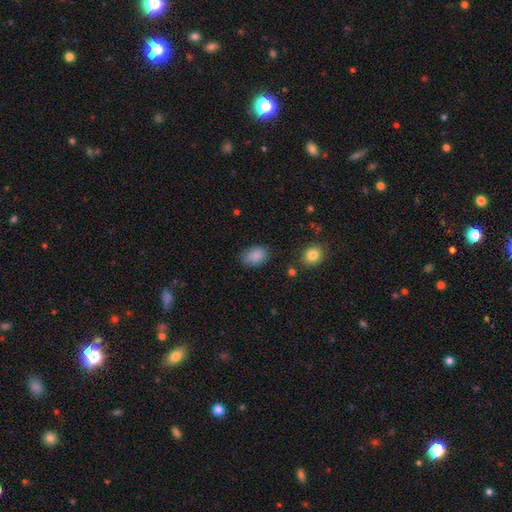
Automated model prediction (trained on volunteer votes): The model was most divided on "merging": none: 77%, minor disturbance: 18%, major disturbance: 4%, merger: 2%. More confident: smooth or featured — smooth (87%); how rounded — in between (79%).